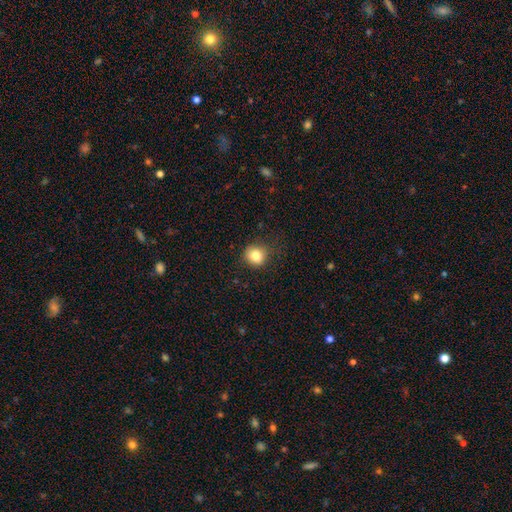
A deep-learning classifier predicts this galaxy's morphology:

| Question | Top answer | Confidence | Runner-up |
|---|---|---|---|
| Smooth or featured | smooth | 82% | star or artifact (11%) |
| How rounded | round | 84% | in between (15%) |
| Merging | none | 80% | minor disturbance (15%) |